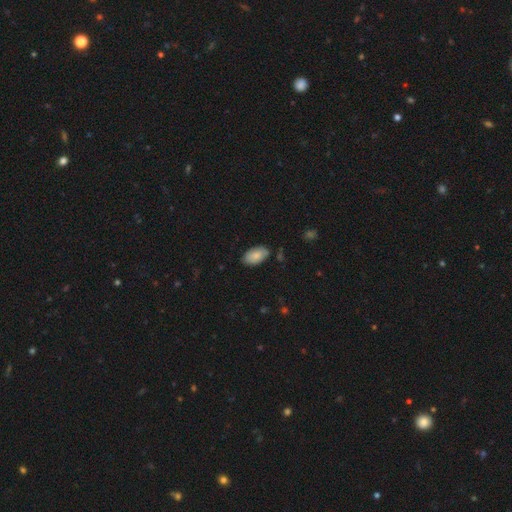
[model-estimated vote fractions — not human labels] Smooth or featured? smooth (83%)
How rounded? in between (95%)
Merging? none (81%)